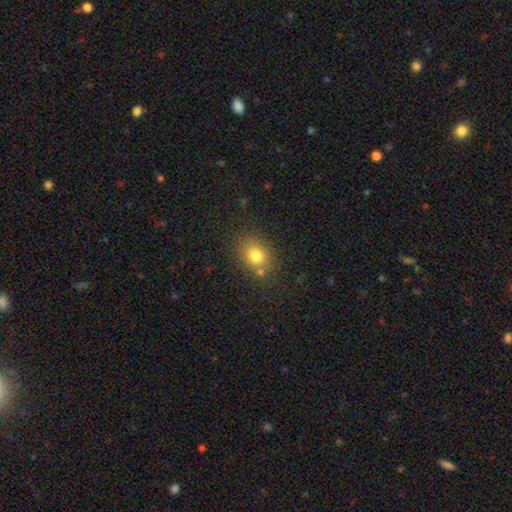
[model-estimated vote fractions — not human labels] smooth-or-featured: smooth: 77% | star or artifact: 13% | featured or disk: 10%
  how-rounded: round: 50% | in between: 49% | cigar-shaped: 1%
  merging: none: 73% | minor disturbance: 14% | merger: 9% | major disturbance: 4%